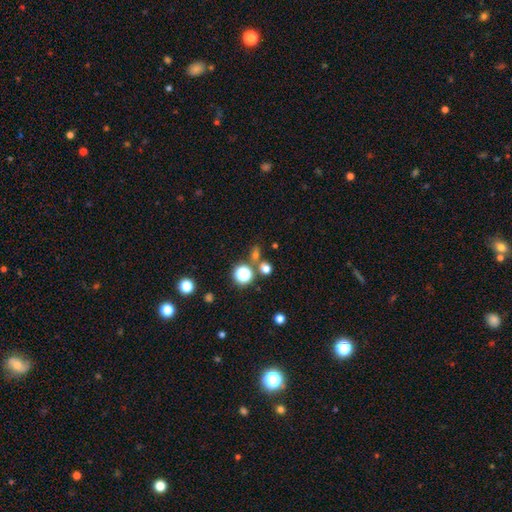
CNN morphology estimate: A star or artifact, not a galaxy (46%).